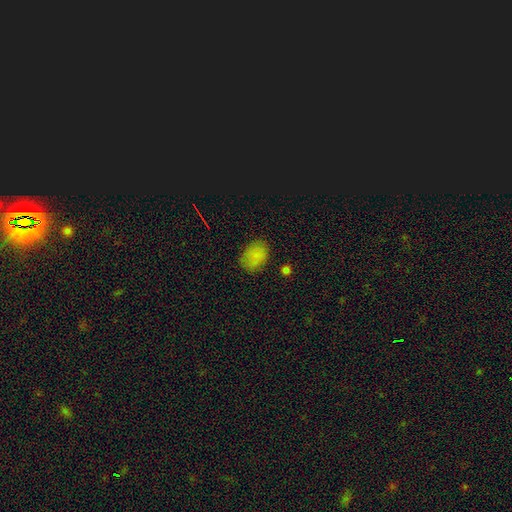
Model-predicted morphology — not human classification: Smooth or featured?
  - smooth: 80% *
  - star or artifact: 13%
  - featured or disk: 7%
How rounded?
  - in between: 75% *
  - round: 24%
  - cigar-shaped: 1%
Merging?
  - none: 78% *
  - minor disturbance: 16%
  - major disturbance: 4%
  - merger: 2%